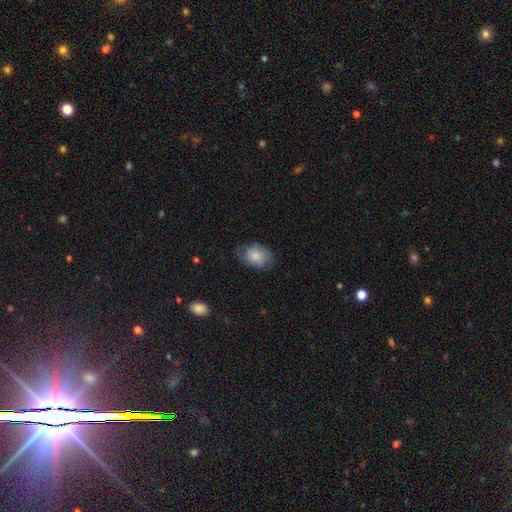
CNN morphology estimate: smooth-or-featured: smooth: 79% | featured or disk: 14% | star or artifact: 7%
  how-rounded: in between: 78% | round: 21% | cigar-shaped: 1%
  merging: none: 62% | minor disturbance: 27% | major disturbance: 9% | merger: 1%